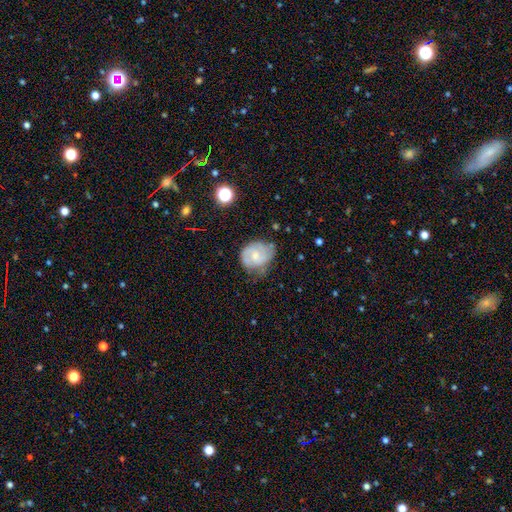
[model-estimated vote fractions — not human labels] smooth-or-featured: featured or disk: 60% | smooth: 33% | star or artifact: 8%
  disk-edge-on: no: 97% | yes: 3%
    bar: no: 60% | weak: 34% | strong: 5%
    has-spiral-arms: yes: 81% | no: 19%
    bulge-size: moderate: 44% | small: 42% | none: 9% | large: 4% | dominant: 1%
  merging: none: 50% | minor disturbance: 33% | major disturbance: 14% | merger: 3%